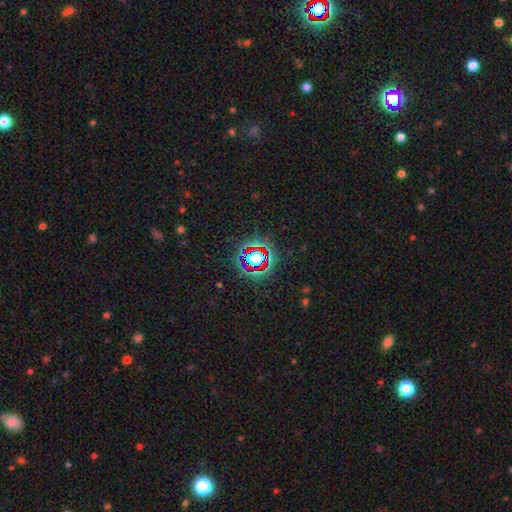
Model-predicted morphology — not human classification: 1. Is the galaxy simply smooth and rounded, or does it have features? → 71% star or artifact, 18% smooth, 10% featured or disk.